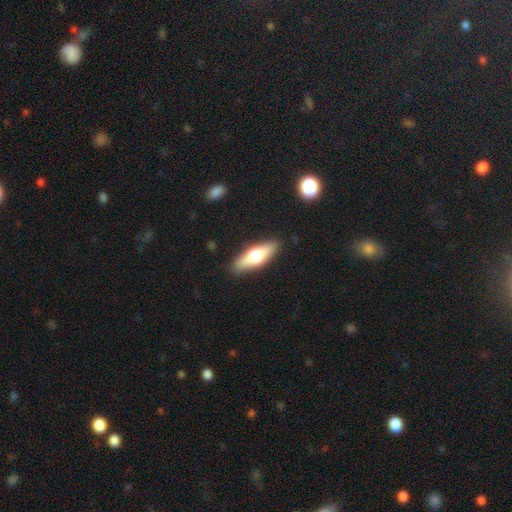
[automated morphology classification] smooth 57%, featured or disk 37%, star or artifact 6%. Down the decision tree: how rounded — in between (54%); merging — none (88%).